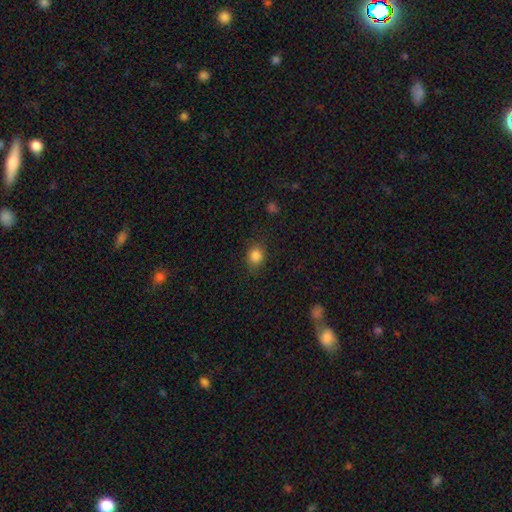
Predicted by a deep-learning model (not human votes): smooth 84%, star or artifact 11%, featured or disk 5%. Down the decision tree: how rounded — round (67%); merging — none (83%).